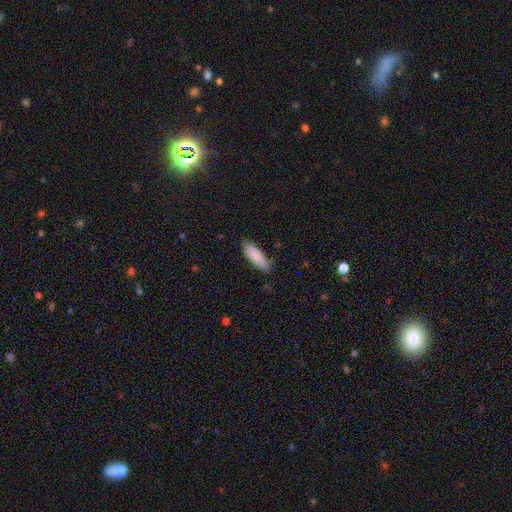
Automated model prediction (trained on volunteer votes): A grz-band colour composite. It shows a smooth galaxy with no disk features (86%) that is in between round and cigar-shaped (52%). Merging: none (85%).